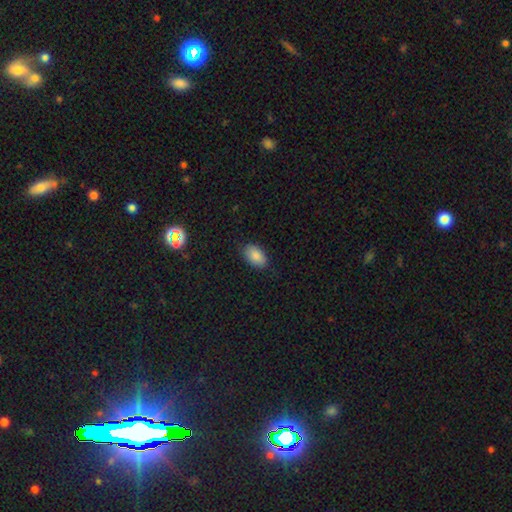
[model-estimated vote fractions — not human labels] Smooth or featured? smooth (87%)
How rounded? in between (93%)
Merging? none (84%)